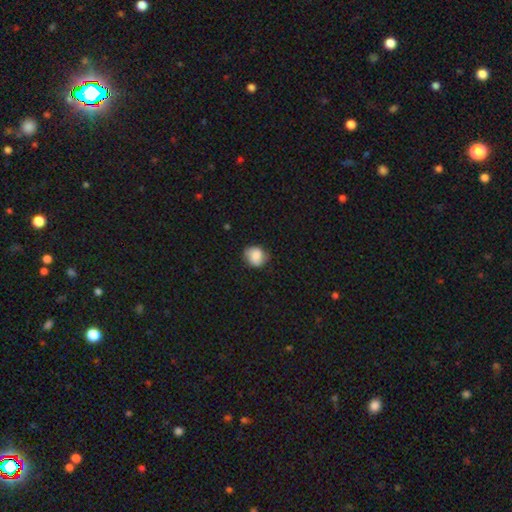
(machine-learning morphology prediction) Smooth or featured? Predicted: smooth (p=0.70). How rounded? Predicted: round (p=0.75). Merging? Predicted: none (p=0.74).